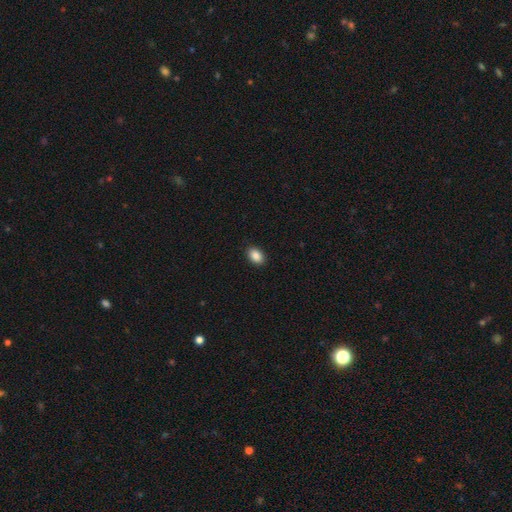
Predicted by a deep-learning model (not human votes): The model was most divided on "how rounded": in between: 87%, round: 12%, cigar-shaped: 1%. More confident: merging — none (90%); smooth or featured — smooth (89%).